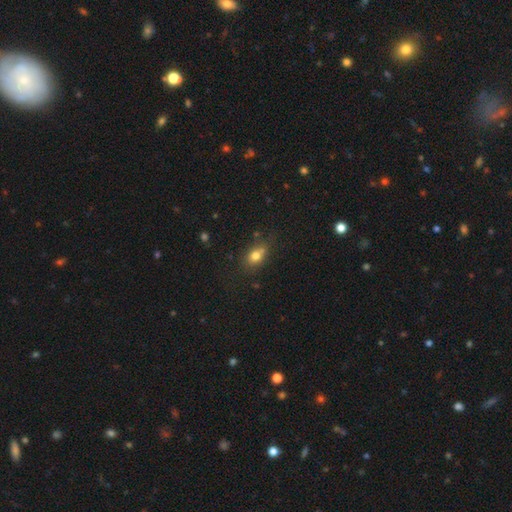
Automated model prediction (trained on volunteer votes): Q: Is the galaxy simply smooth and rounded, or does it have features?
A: smooth — 75%.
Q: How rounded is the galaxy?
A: in between — 57%.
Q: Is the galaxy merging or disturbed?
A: none — 61%.